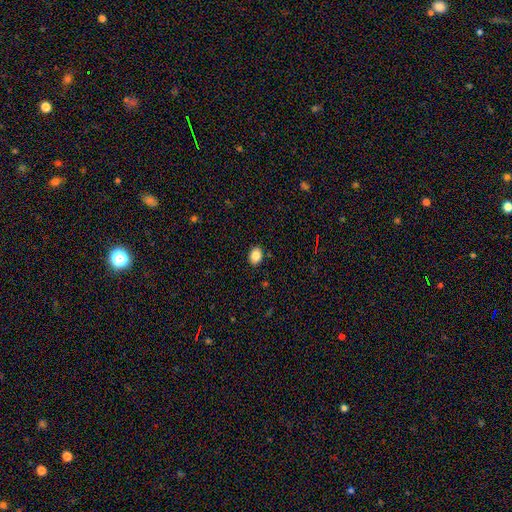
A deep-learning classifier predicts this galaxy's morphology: Smooth or featured: smooth — 86% (star or artifact — 9%)
How rounded: in between — 63% (round — 36%)
Merging: none — 89% (minor disturbance — 8%)